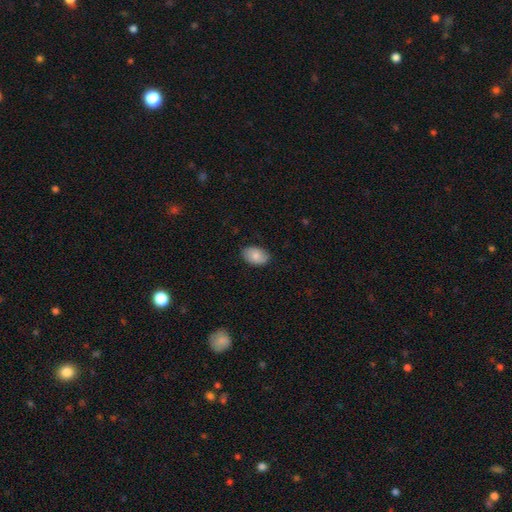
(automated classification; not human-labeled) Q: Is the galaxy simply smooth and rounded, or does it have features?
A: smooth — 80%.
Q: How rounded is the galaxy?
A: in between — 87%.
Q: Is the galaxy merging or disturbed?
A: none — 81%.